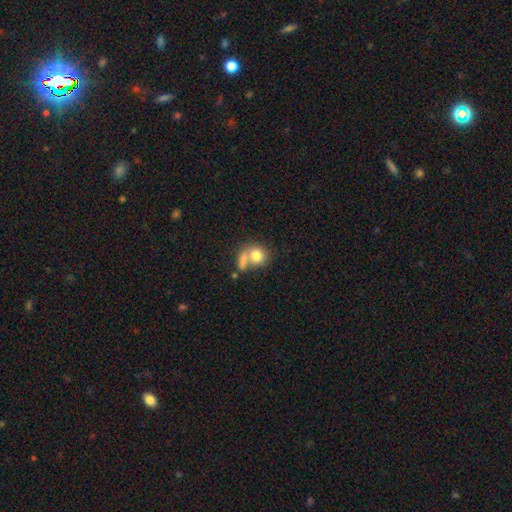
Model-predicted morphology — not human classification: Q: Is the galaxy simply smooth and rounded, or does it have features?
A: smooth — 77%.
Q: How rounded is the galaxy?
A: round — 75%.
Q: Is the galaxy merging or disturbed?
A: merger — 42%.